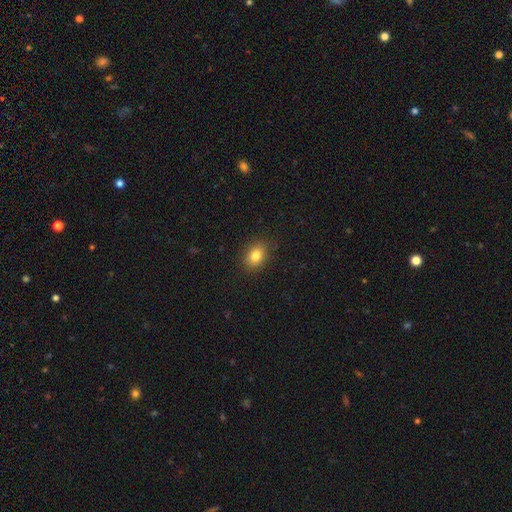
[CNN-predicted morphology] Smooth or featured?
  - smooth: 82% *
  - star or artifact: 10%
  - featured or disk: 8%
How rounded?
  - in between: 64% *
  - round: 35%
  - cigar-shaped: 1%
Merging?
  - none: 87% *
  - minor disturbance: 9%
  - major disturbance: 3%
  - merger: 1%